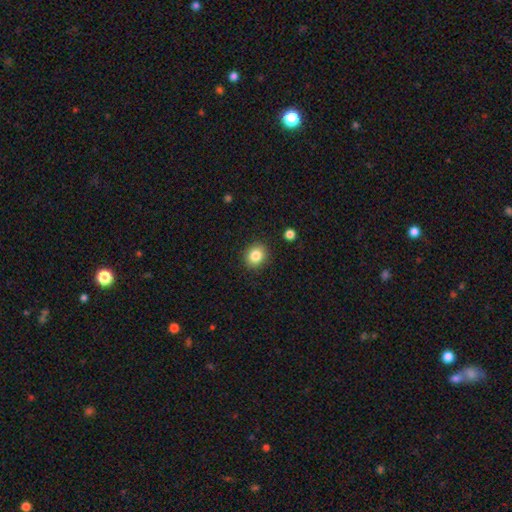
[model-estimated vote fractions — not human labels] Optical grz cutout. It shows a smooth galaxy with no disk features (83%) that is round (70%). Merging: none (89%).